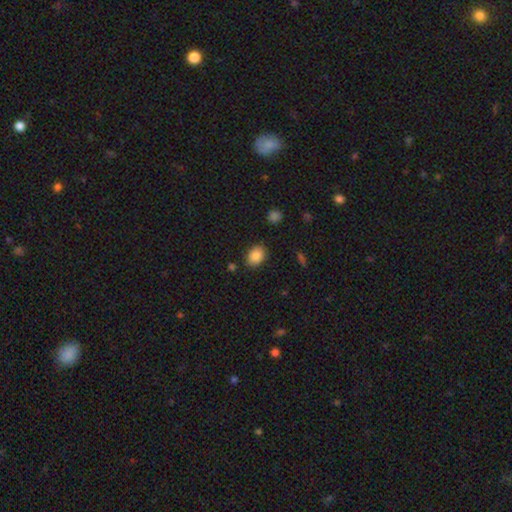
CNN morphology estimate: A smooth galaxy with no disk features (86%) that is in between round and cigar-shaped (67%).

Vote fractions:
- Smooth or featured? smooth: 86% / star or artifact: 9% / featured or disk: 5%
- How rounded? in between: 67% / round: 32% / cigar-shaped: 1%
- Merging? none: 83% / minor disturbance: 11% / major disturbance: 3% / merger: 2%